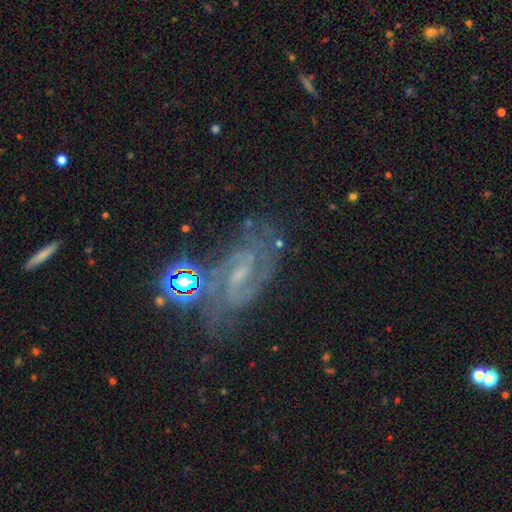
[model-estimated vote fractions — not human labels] This is likely a featured or disk galaxy (74%). It is clearly not viewed edge-on (95%). Bar: possibly weak (51%). Spiral arm pattern: clearly yes (93%). Spiral arm count: possibly 2 (60%). Spiral winding: possibly medium (46%). Central bulge: likely small (67%). Merging: likely none (67%).